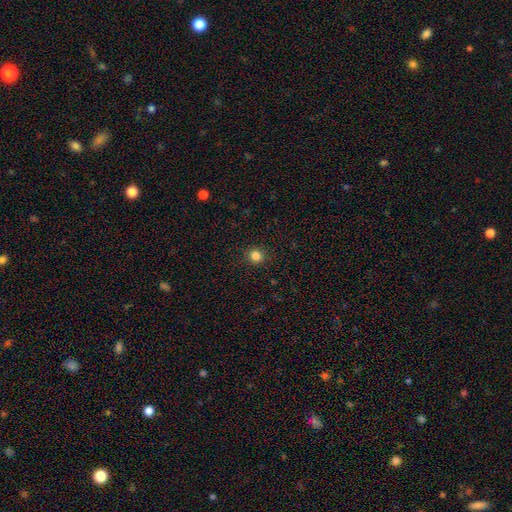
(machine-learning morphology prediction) type=smooth (83%); roundness=round (86%); merging=none (91%).